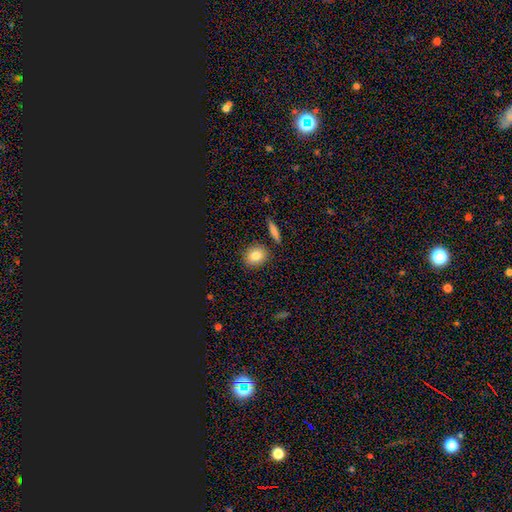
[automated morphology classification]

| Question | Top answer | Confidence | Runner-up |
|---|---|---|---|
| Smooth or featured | smooth | 82% | featured or disk (9%) |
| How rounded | round | 61% | in between (37%) |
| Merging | none | 85% | minor disturbance (8%) |